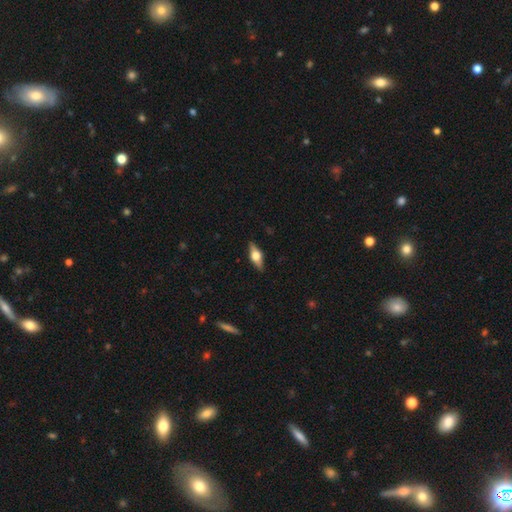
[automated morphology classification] smooth-or-featured: featured or disk: 59% | smooth: 34% | star or artifact: 6%
  disk-edge-on: yes: 93% | no: 7%
    edge-on-bulge: rounded: 93% | boxy: 6% | none: 1%
  merging: none: 87% | minor disturbance: 9% | major disturbance: 2% | merger: 1%